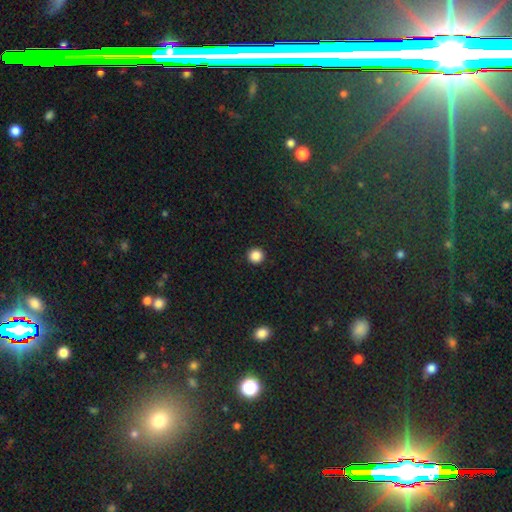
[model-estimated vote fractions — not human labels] smooth-or-featured: smooth: 87% | star or artifact: 10% | featured or disk: 3%
  how-rounded: round: 96% | in between: 3% | cigar-shaped: 1%
  merging: none: 94% | minor disturbance: 4% | major disturbance: 1% | merger: 1%